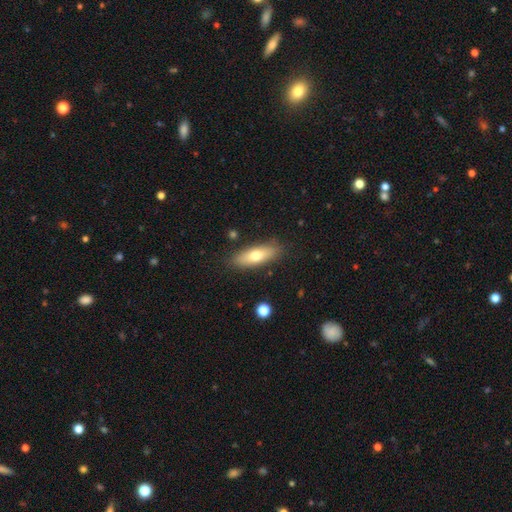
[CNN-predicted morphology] A smooth galaxy with no disk features (68%) that is in between round and cigar-shaped (57%).

Vote fractions:
- Smooth or featured? smooth: 68% / featured or disk: 25% / star or artifact: 7%
- How rounded? in between: 57% / cigar-shaped: 40% / round: 3%
- Merging? none: 85% / minor disturbance: 10% / major disturbance: 2% / merger: 2%